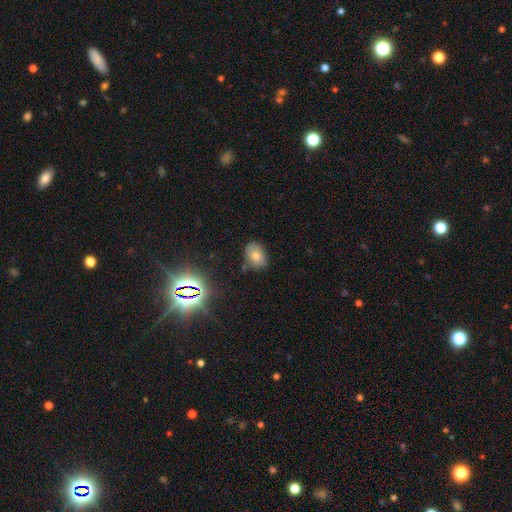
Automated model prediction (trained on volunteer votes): Q: Smooth or featured?
A: smooth (57%); runner-up: star or artifact (26%)
Q: How rounded?
A: in between (73%); runner-up: round (26%)
Q: Merging?
A: none (78%); runner-up: minor disturbance (16%)